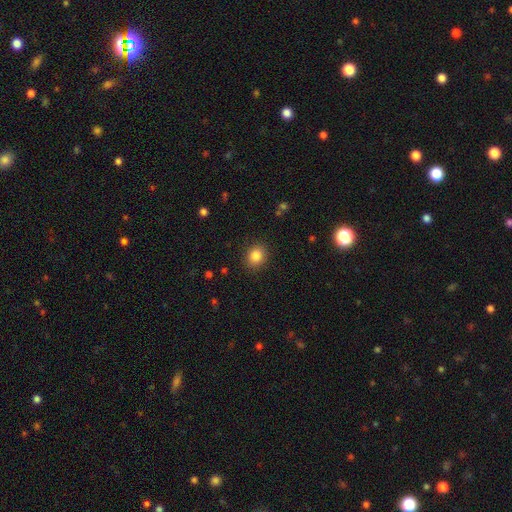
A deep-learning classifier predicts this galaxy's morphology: Smooth or featured?
  - smooth: 85% *
  - star or artifact: 10%
  - featured or disk: 5%
How rounded?
  - round: 72% *
  - in between: 28%
  - cigar-shaped: 1%
Merging?
  - none: 89% *
  - minor disturbance: 7%
  - major disturbance: 2%
  - merger: 1%